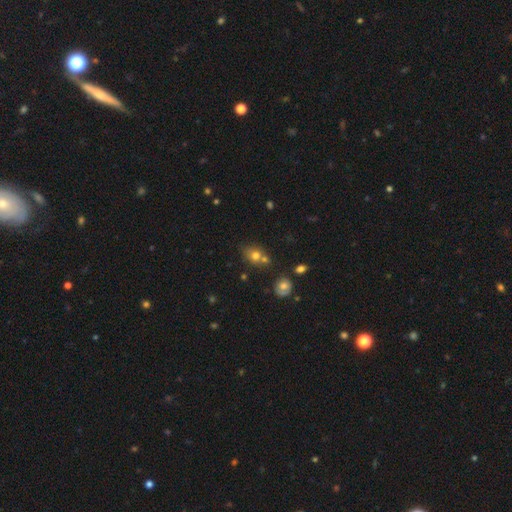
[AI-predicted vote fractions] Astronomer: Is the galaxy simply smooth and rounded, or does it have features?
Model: smooth — 72%.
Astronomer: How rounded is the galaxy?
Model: round — 59% (runner-up: in between, 40%).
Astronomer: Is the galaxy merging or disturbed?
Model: none — 54%.